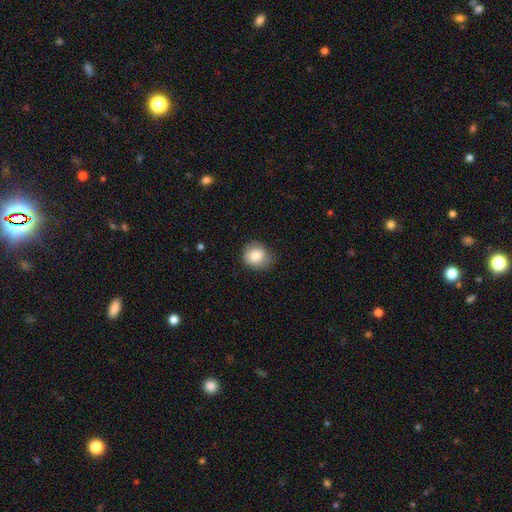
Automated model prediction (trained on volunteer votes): Smooth or featured? smooth (83%)
How rounded? round (81%)
Merging? none (71%)